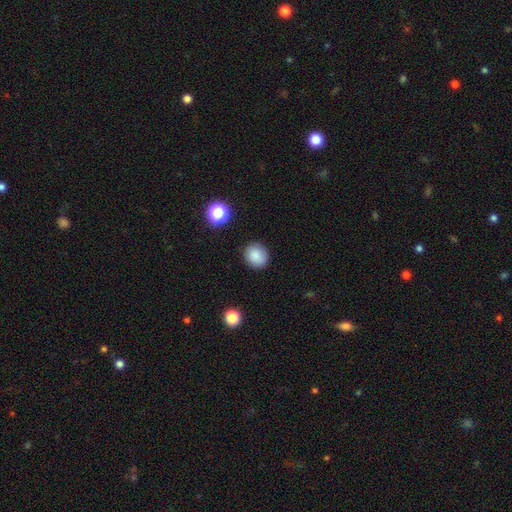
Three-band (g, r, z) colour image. It shows a smooth galaxy with no disk features (89%) that is round (76%). Merging: none (89%).